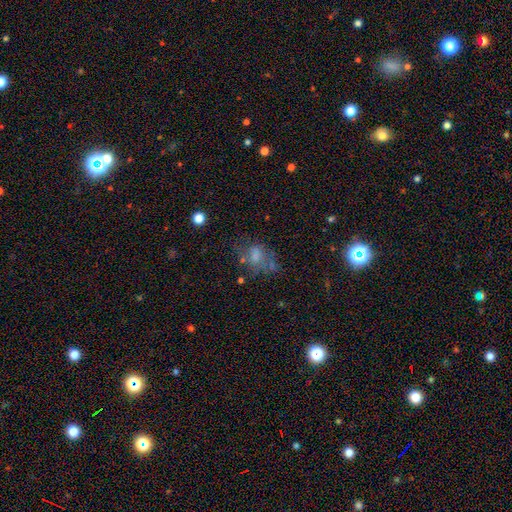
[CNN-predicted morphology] A smooth galaxy with no disk features (42%). Merging: none (48%).